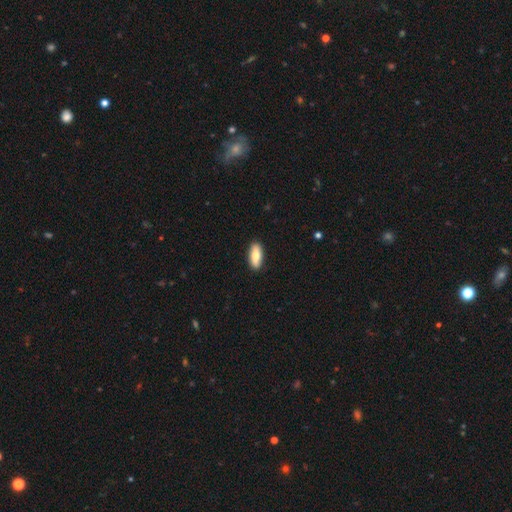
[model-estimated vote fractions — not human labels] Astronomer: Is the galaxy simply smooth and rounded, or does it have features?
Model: smooth — 79%.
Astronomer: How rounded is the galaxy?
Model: in between — 75%.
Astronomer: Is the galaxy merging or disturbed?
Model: none — 89%.